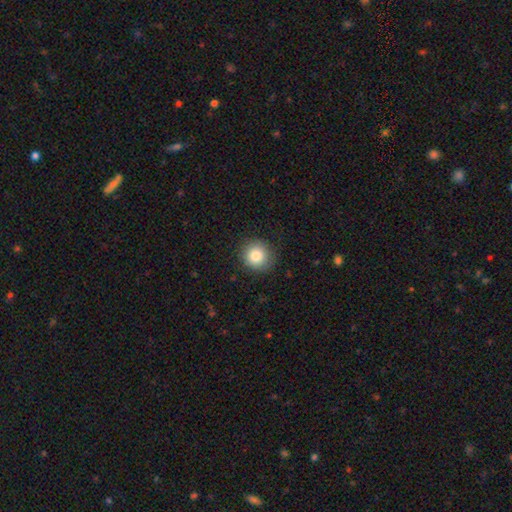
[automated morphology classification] Smooth or featured? Predicted: smooth (p=0.84). How rounded? Predicted: round (p=0.93). Merging? Predicted: none (p=0.87).